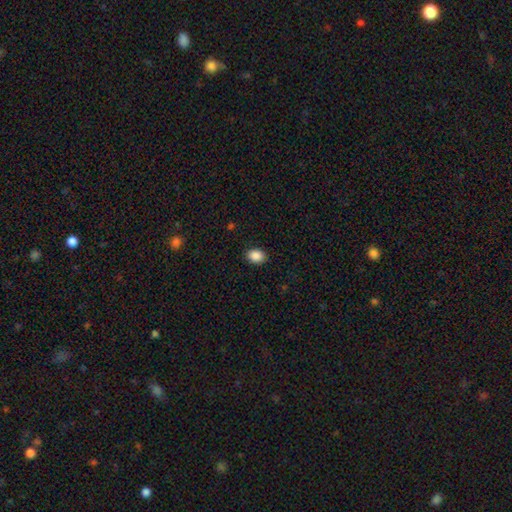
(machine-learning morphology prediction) smooth 88%, star or artifact 8%, featured or disk 3%. Down the decision tree: how rounded — in between (71%); merging — none (89%).